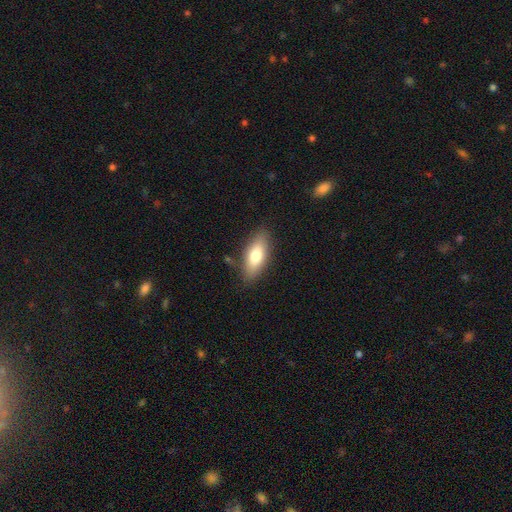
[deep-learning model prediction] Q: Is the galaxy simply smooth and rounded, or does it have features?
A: smooth — 74%.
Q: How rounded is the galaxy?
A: in between — 75%.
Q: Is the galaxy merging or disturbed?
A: none — 82%.